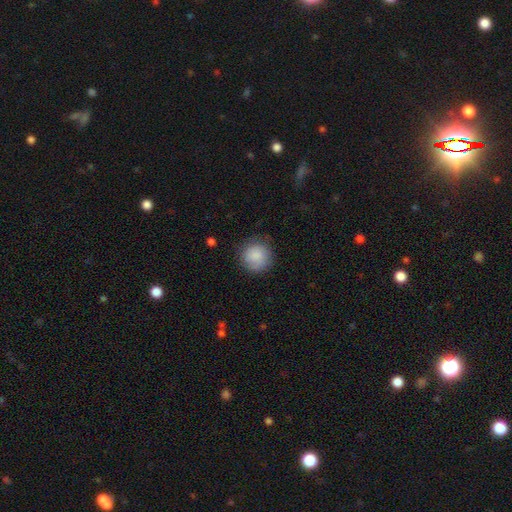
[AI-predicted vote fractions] Overall: smooth (87%). How rounded: round (93%). Merging: none (83%).